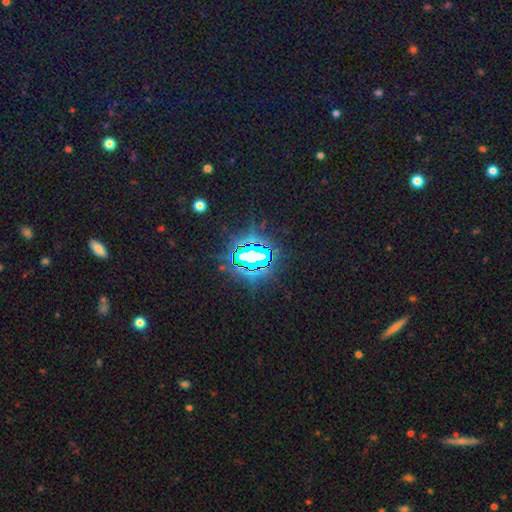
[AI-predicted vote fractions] Overall: star or artifact (83%).